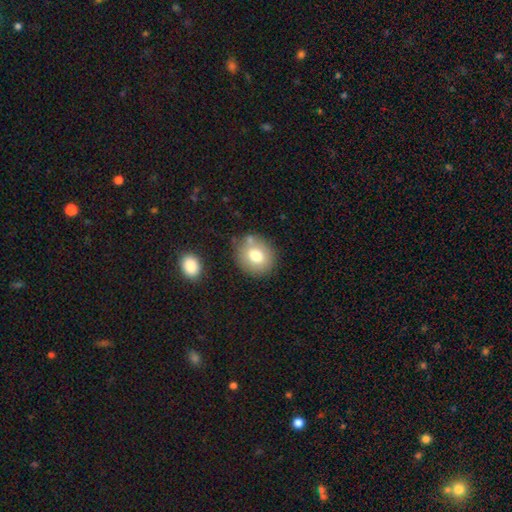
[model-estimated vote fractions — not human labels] This appears to be a smooth galaxy with no disk features (74%) that is round (73%). Merging: none (73%).